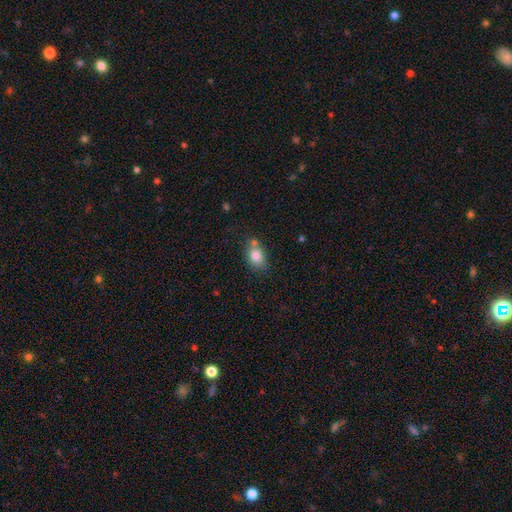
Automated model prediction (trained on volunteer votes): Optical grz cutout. It shows a smooth galaxy with no disk features (81%) that is in between round and cigar-shaped (65%). Merging: none (60%).